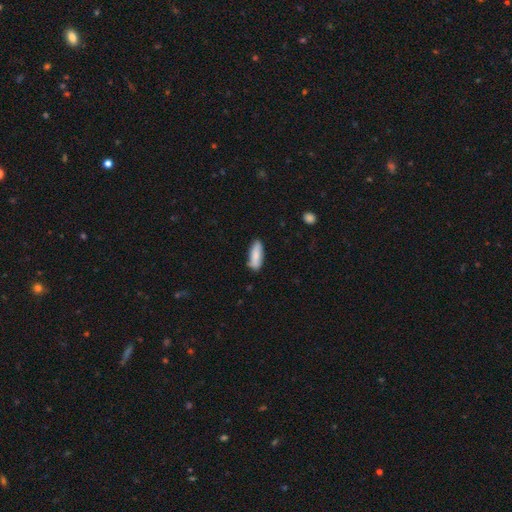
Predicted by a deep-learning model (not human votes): smooth-or-featured: smooth: 82% | featured or disk: 12% | star or artifact: 6%
  how-rounded: in between: 63% | cigar-shaped: 36% | round: 2%
  merging: none: 80% | minor disturbance: 16% | major disturbance: 3% | merger: 2%